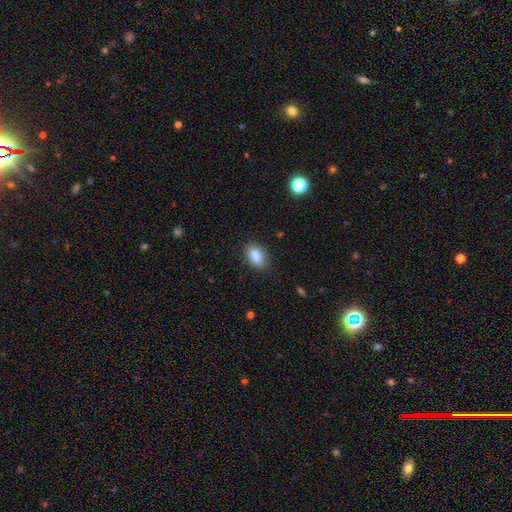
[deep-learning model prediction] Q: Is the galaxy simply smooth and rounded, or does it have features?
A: smooth — 87%.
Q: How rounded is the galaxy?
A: in between — 89%.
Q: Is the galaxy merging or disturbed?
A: none — 82%.